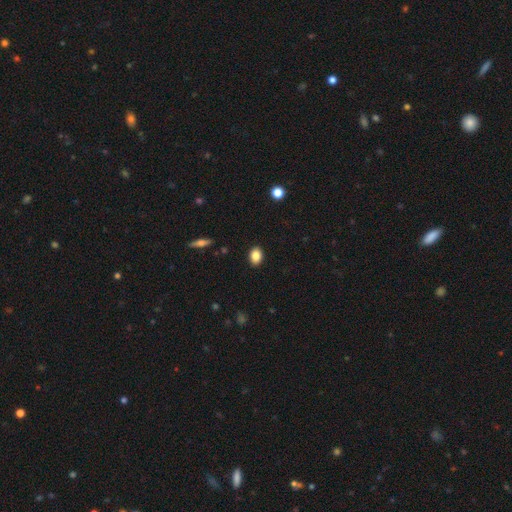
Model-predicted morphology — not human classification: smooth 86%, star or artifact 9%, featured or disk 6%. Down the decision tree: how rounded — in between (75%); merging — none (89%).